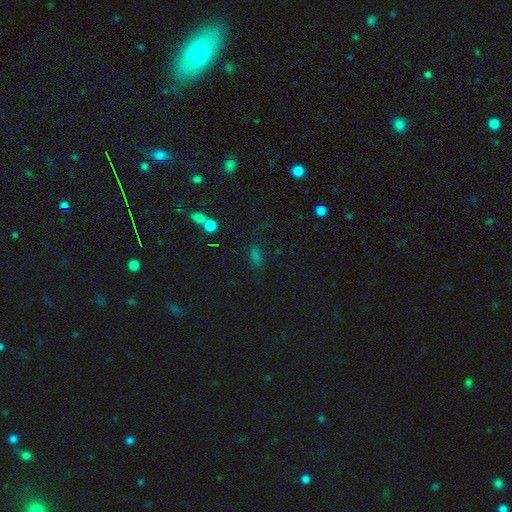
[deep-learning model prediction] This appears to be a smooth galaxy with no disk features (51%) that is in between round and cigar-shaped (71%). Merging: none (67%).